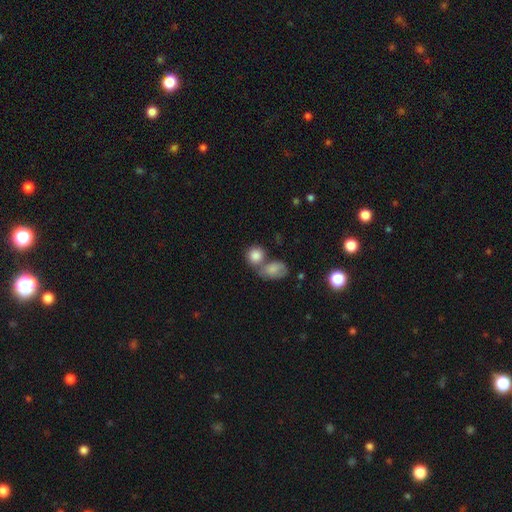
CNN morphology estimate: Smooth or featured? smooth (84%)
How rounded? round (72%)
Merging? merger (48%)